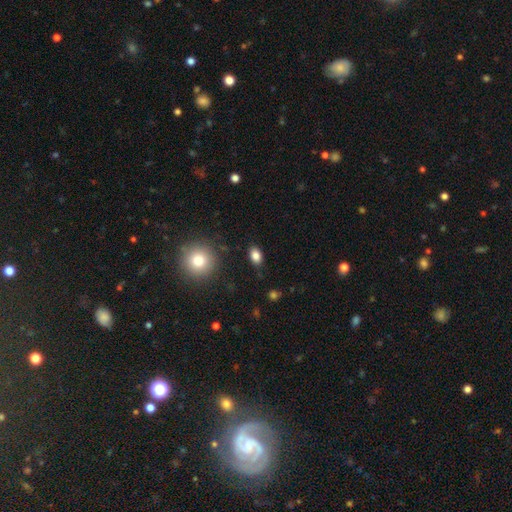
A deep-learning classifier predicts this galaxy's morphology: smooth-or-featured: smooth: 84% | star or artifact: 10% | featured or disk: 6%
  how-rounded: in between: 82% | round: 17% | cigar-shaped: 2%
  merging: none: 86% | minor disturbance: 10% | major disturbance: 3% | merger: 2%